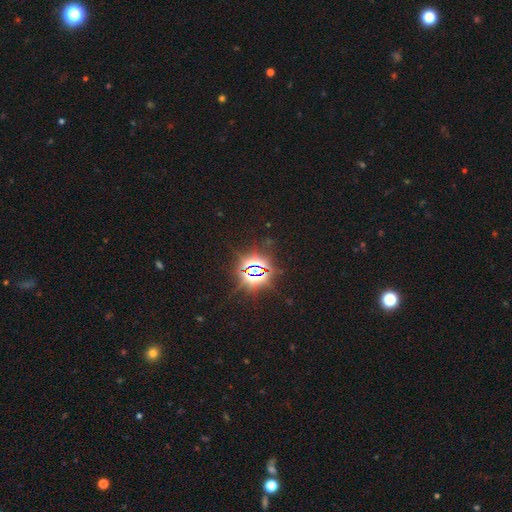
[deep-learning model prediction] This appears to be a star or artifact, not a galaxy (80%).